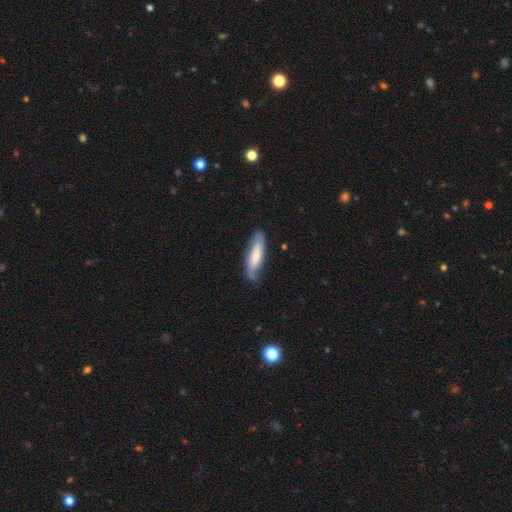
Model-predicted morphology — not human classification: This is likely a smooth galaxy (64%). How rounded: likely cigar-shaped (63%). Merging: likely none (70%).